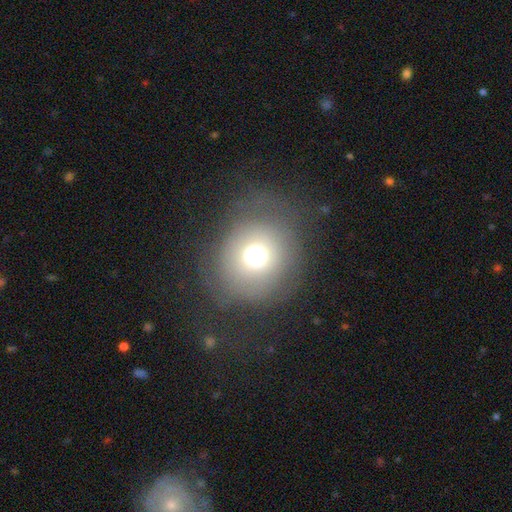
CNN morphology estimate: This is likely a smooth galaxy (67%). How rounded: clearly round (84%). Merging: likely none (66%).